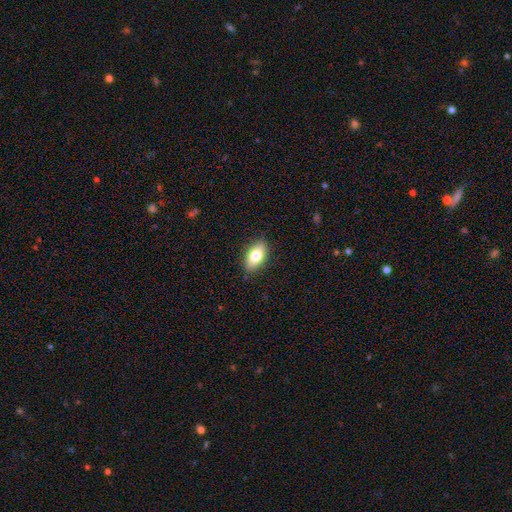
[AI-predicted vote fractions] A smooth galaxy with no disk features (75%) that is in between round and cigar-shaped (89%). Merging: none (87%).